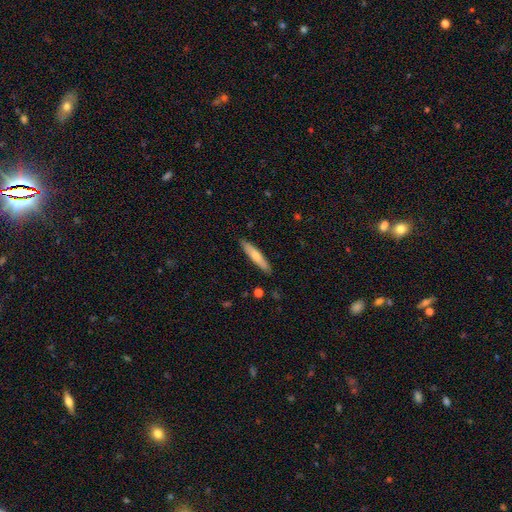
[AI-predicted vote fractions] Smooth or featured: smooth — 66% (featured or disk — 29%)
How rounded: cigar-shaped — 87% (in between — 12%)
Merging: none — 88% (minor disturbance — 9%)